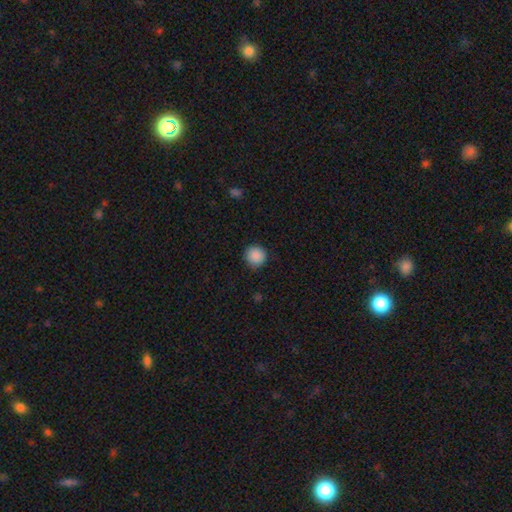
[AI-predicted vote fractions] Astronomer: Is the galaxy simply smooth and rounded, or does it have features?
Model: smooth — 89%.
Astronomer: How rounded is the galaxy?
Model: round — 94%.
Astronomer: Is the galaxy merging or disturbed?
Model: none — 88%.